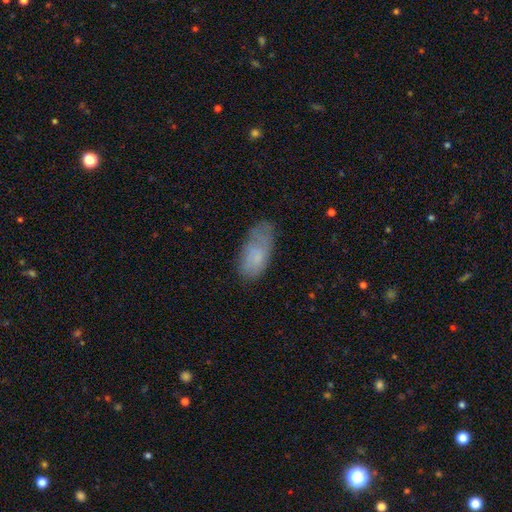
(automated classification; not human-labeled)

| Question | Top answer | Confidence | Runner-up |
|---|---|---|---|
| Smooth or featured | smooth | 73% | featured or disk (19%) |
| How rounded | in between | 89% | cigar-shaped (8%) |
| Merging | none | 54% | minor disturbance (32%) |